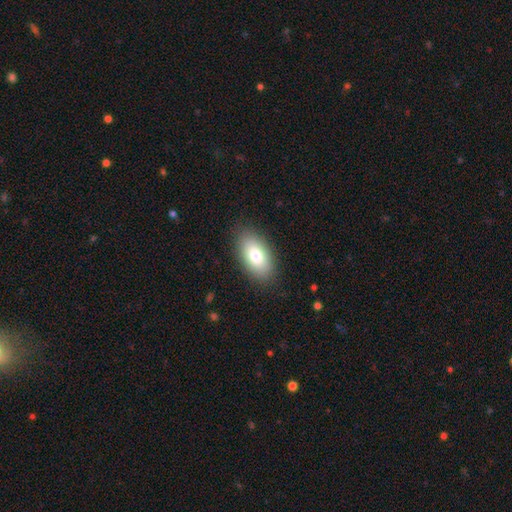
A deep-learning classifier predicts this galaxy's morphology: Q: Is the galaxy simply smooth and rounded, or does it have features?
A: smooth — 80%.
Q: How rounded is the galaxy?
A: in between — 94%.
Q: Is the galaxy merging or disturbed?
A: none — 86%.